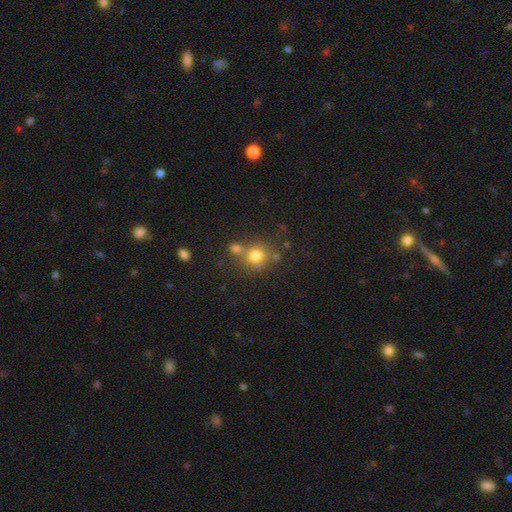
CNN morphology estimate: This is likely a smooth galaxy (77%). How rounded: clearly round (87%). Merging: possibly none (57%).